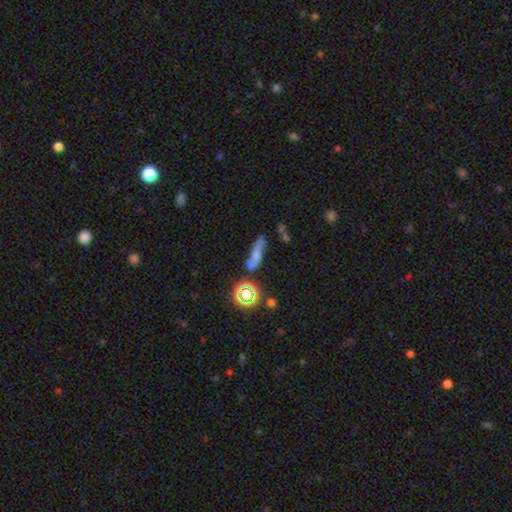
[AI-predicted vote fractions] Smooth or featured? Predicted: smooth (p=0.49). Merging? Predicted: none (p=0.51).